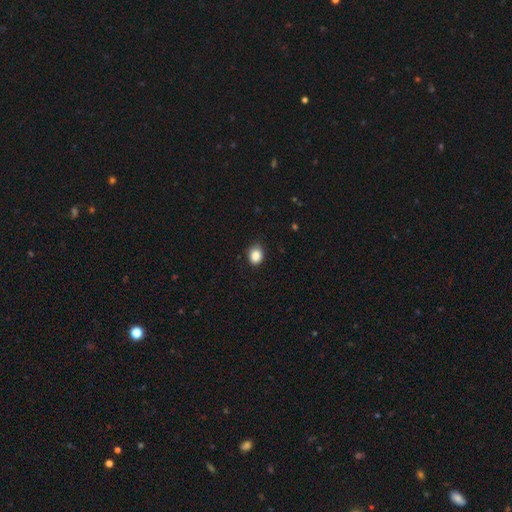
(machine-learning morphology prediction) Q: Smooth or featured?
A: smooth (87%); runner-up: star or artifact (9%)
Q: How rounded?
A: round (59%); runner-up: in between (40%)
Q: Merging?
A: none (82%); runner-up: minor disturbance (15%)